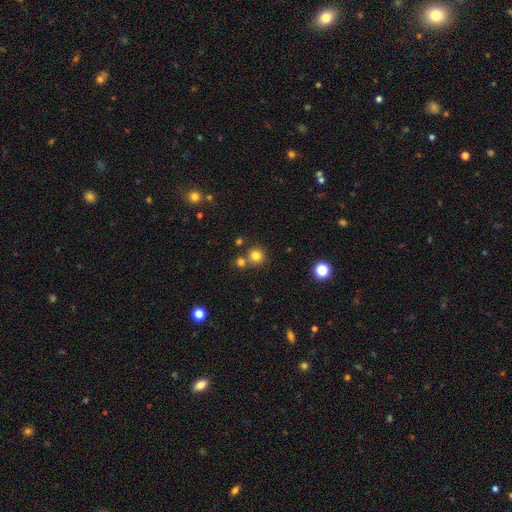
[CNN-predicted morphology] smooth 79%, star or artifact 14%, featured or disk 7%. Down the decision tree: how rounded — round (91%); merging — none (67%).